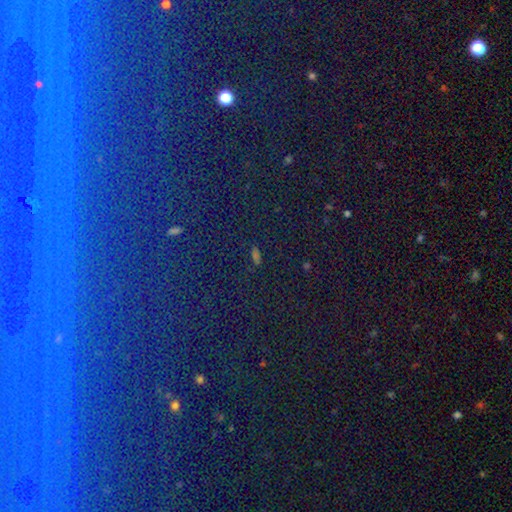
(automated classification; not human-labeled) smooth_or_featured: star or artifact (p=0.57) [alt: smooth p=0.32]